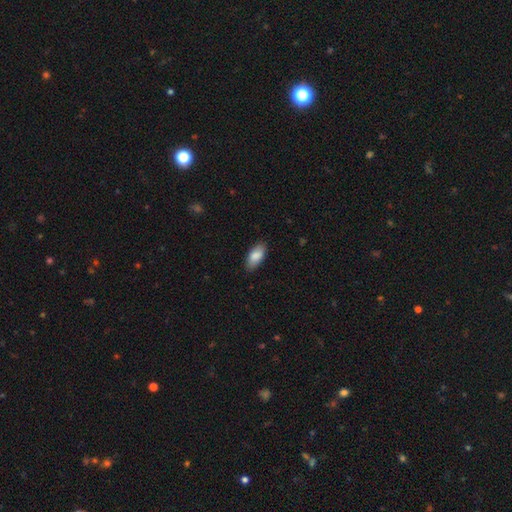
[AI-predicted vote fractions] Smooth or featured: smooth — 87% (featured or disk — 7%)
How rounded: in between — 90% (cigar-shaped — 8%)
Merging: none — 86% (minor disturbance — 11%)